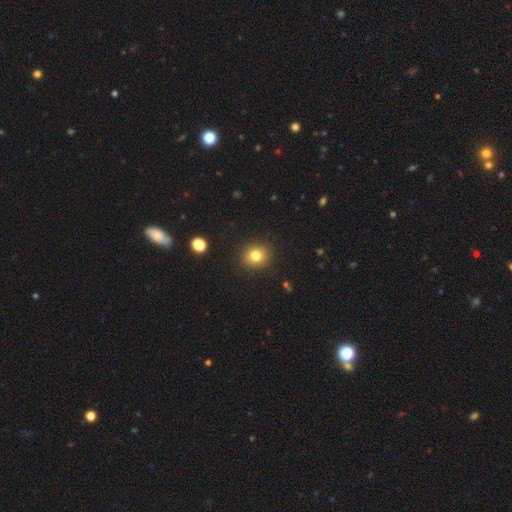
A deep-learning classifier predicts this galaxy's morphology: Smooth or featured: smooth — 79% (star or artifact — 13%)
How rounded: round — 82% (in between — 17%)
Merging: none — 90% (minor disturbance — 7%)